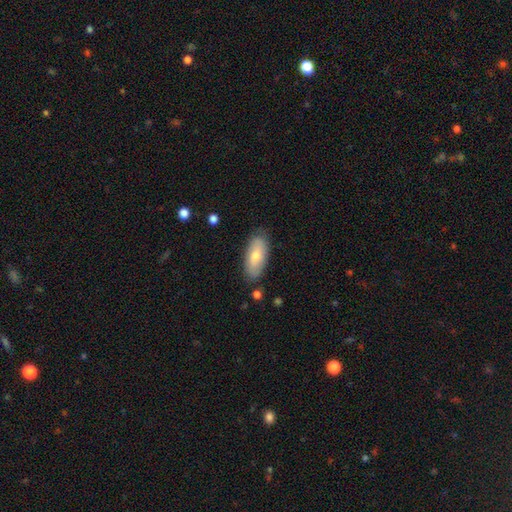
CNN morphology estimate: smooth-or-featured: smooth: 65% | featured or disk: 29% | star or artifact: 7%
  how-rounded: in between: 86% | cigar-shaped: 11% | round: 3%
  merging: none: 82% | minor disturbance: 14% | major disturbance: 3% | merger: 2%